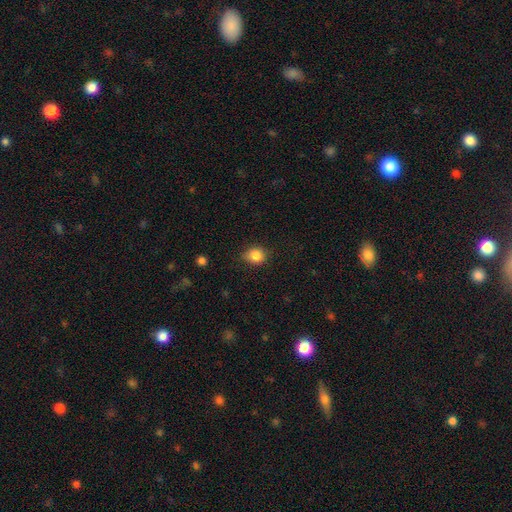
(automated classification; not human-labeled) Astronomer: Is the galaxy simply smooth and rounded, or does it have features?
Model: smooth — 85%.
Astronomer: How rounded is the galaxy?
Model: round — 68%.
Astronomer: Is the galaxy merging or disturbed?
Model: none — 78%.